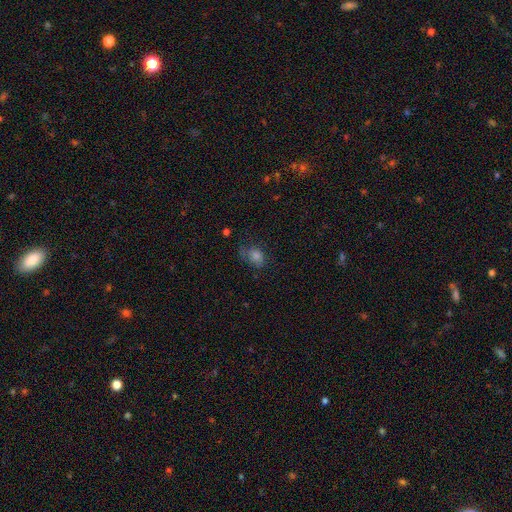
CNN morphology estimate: smooth_or_featured: smooth (p=0.64) [alt: star or artifact p=0.20]
how_rounded: in between (p=0.60) [alt: round p=0.38]
merging: none (p=0.54) [alt: minor disturbance p=0.26]